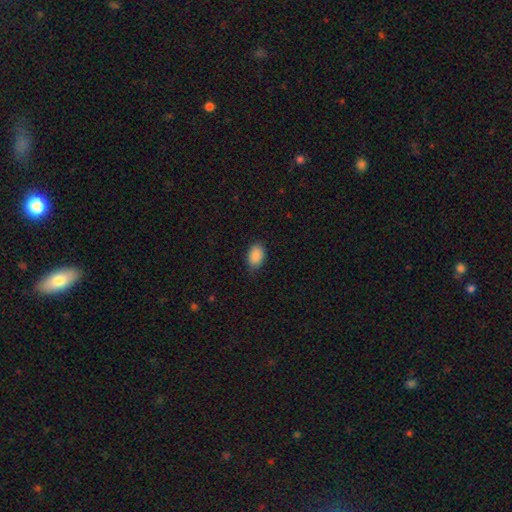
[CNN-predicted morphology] This appears to be a smooth galaxy with no disk features (90%) that is in between round and cigar-shaped (88%). Merging: none (79%).